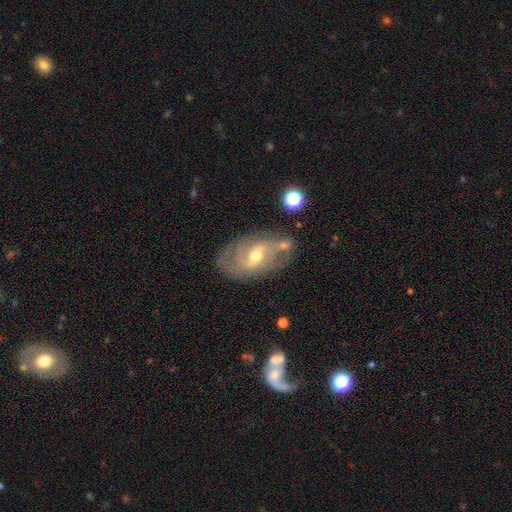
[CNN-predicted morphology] This is likely a featured or disk galaxy (78%). It is clearly not viewed edge-on (95%). Bar: possibly weak (52%). Spiral arm pattern: clearly yes (86%). Spiral arm count: possibly 2 (59%). Spiral winding: marginally medium (44%). Central bulge: likely moderate (63%). Merging: likely none (60%).